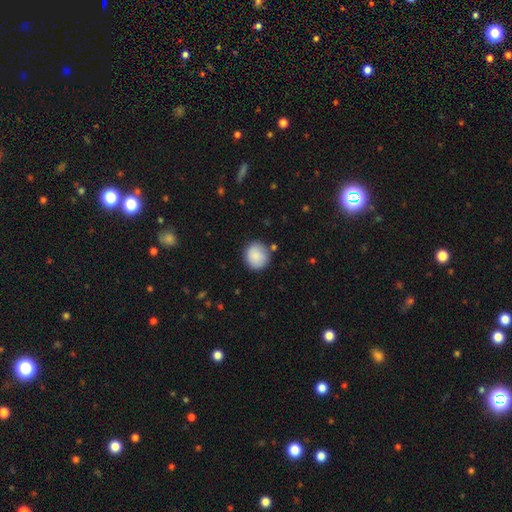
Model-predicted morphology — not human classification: This is clearly a smooth galaxy (88%). How rounded: clearly round (88%). Merging: clearly none (82%).